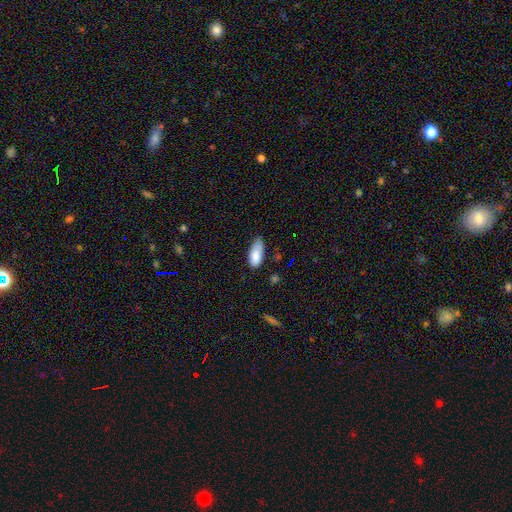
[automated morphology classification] Smooth or featured: smooth — 85% (featured or disk — 8%)
How rounded: in between — 87% (cigar-shaped — 11%)
Merging: none — 50% (minor disturbance — 39%)